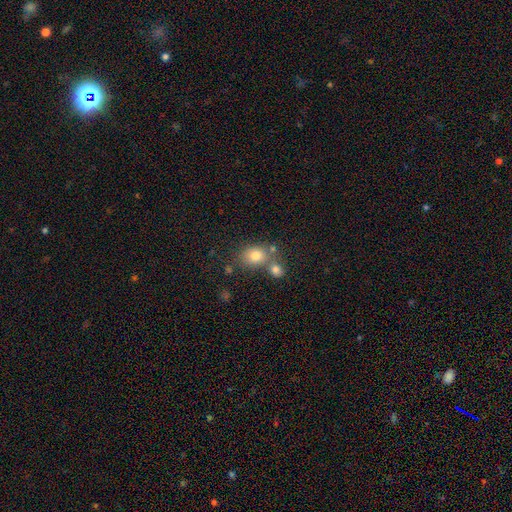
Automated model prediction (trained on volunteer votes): Smooth or featured? smooth (77%)
How rounded? round (53%)
Merging? none (54%)